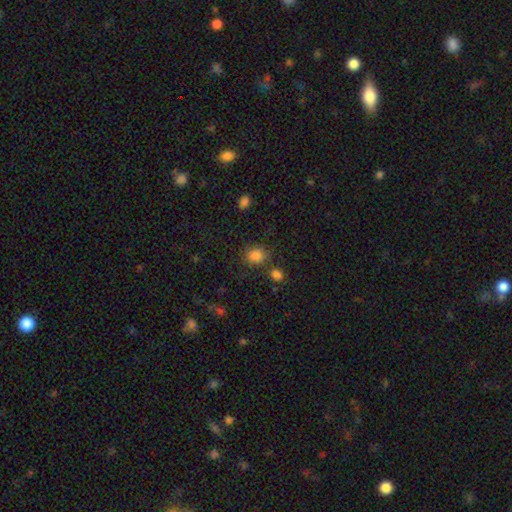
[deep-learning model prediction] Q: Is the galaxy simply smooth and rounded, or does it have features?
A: smooth — 84%.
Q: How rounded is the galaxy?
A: round — 66%.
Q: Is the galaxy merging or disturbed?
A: none — 74%.